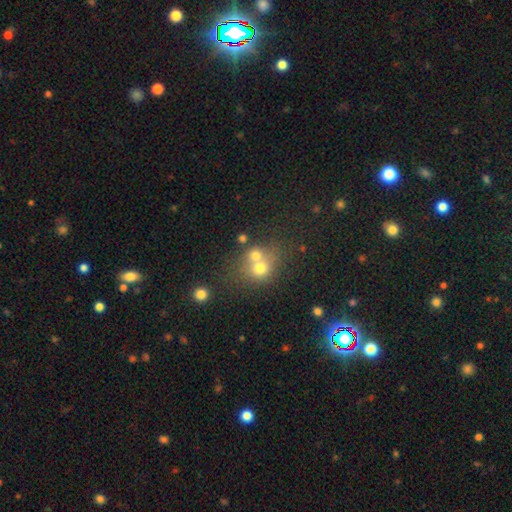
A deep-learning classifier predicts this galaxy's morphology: Q: Smooth or featured?
A: smooth (67%); runner-up: featured or disk (18%)
Q: How rounded?
A: round (74%); runner-up: in between (25%)
Q: Merging?
A: merger (55%); runner-up: none (34%)